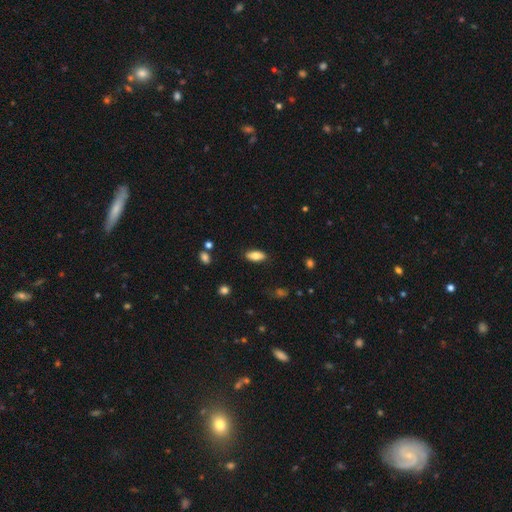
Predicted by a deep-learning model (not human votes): Smooth or featured? Predicted: smooth (p=0.80). How rounded? Predicted: in between (p=0.86). Merging? Predicted: none (p=0.85).